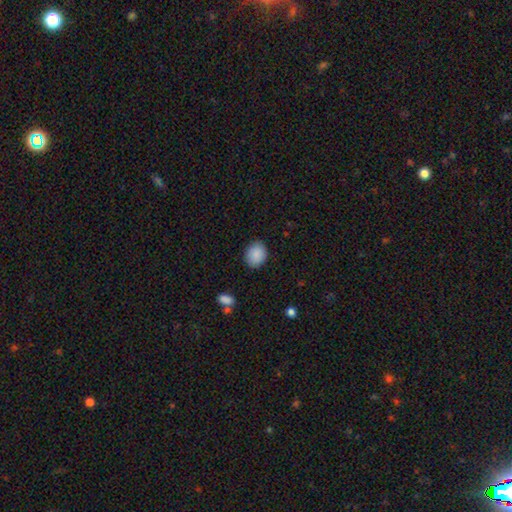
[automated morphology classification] This appears to be a smooth galaxy with no disk features (89%) that is round (53%). Merging: none (86%).